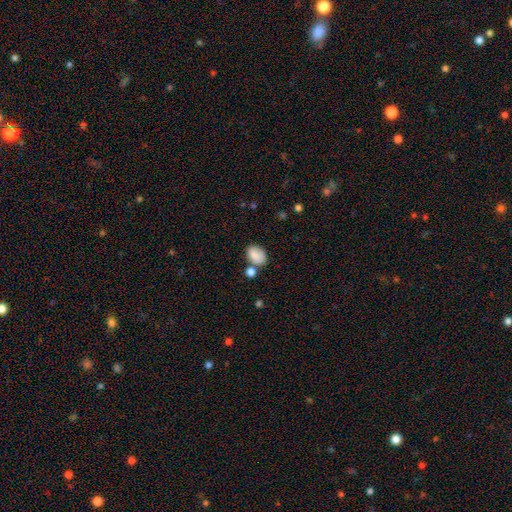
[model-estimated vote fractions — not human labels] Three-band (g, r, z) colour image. It shows a smooth galaxy with no disk features (82%) that is in between round and cigar-shaped (80%). Merging: none (59%).